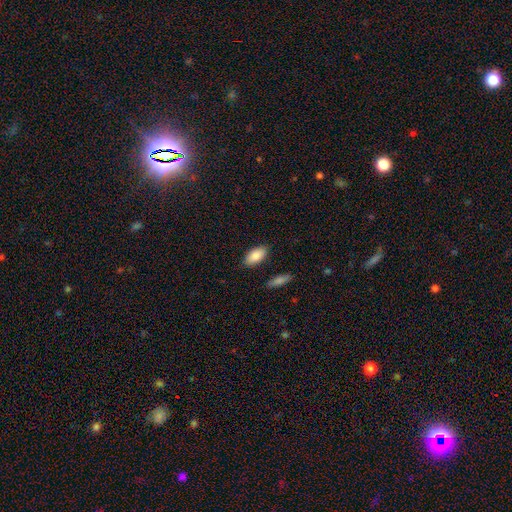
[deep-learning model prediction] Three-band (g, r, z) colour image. It shows a smooth galaxy with no disk features (87%) that is in between round and cigar-shaped (91%). Merging: none (86%).